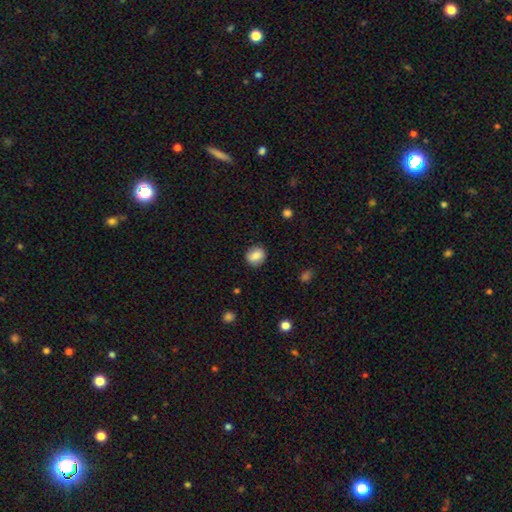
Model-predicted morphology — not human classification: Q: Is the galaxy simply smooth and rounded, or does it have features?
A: smooth — 82%.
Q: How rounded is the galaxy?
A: round — 72%.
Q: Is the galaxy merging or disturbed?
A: none — 87%.